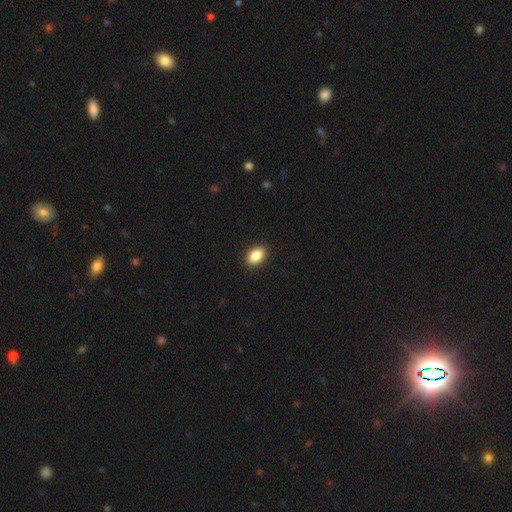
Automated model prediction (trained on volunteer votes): smooth 87%, star or artifact 8%, featured or disk 5%. Down the decision tree: how rounded — in between (89%); merging — none (90%).